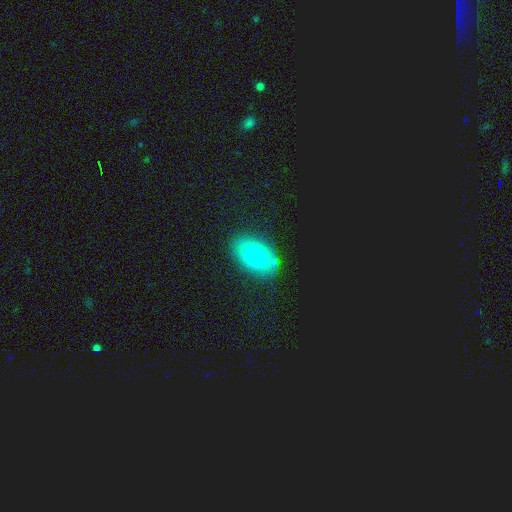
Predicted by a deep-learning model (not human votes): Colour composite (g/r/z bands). It shows a smooth galaxy with no disk features (75%) that is in between round and cigar-shaped (86%). Merging: none (82%).